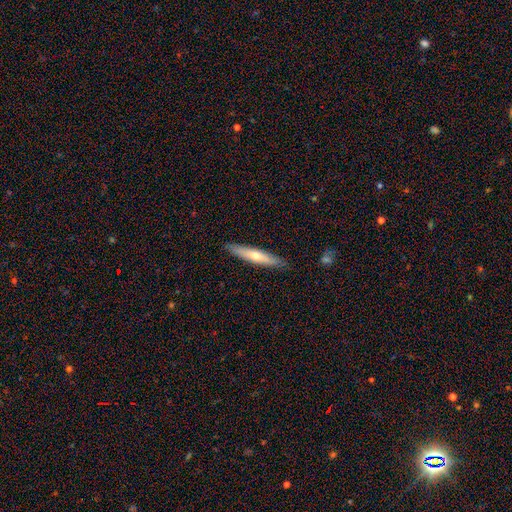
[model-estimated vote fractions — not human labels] A smooth galaxy with no disk features (53%) that is cigar-shaped (89%). Merging: none (88%).